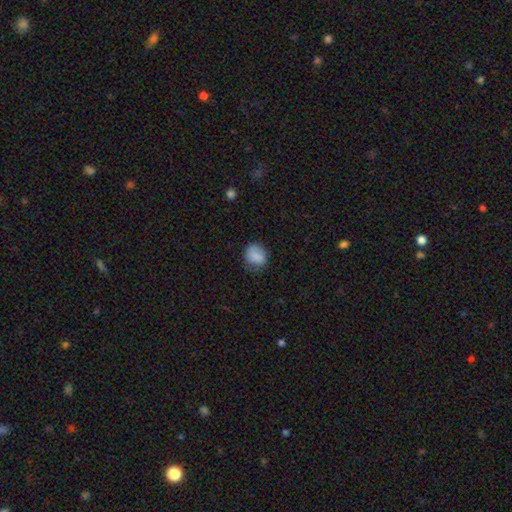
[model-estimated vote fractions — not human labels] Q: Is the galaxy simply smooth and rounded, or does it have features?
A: smooth — 81%.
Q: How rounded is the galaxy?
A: round — 64%.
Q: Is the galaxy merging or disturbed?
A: none — 65%.